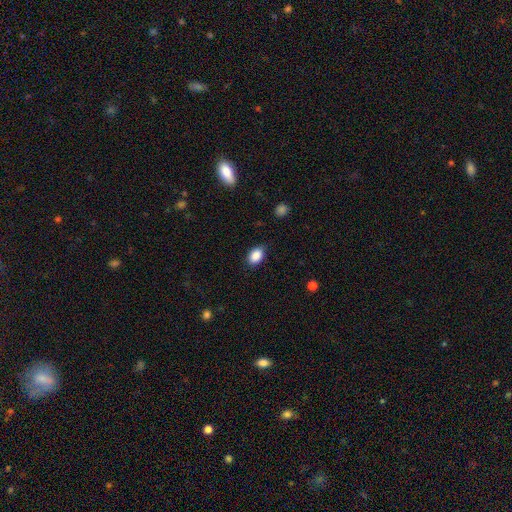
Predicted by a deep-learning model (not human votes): A smooth galaxy with no disk features (88%) that is in between round and cigar-shaped (83%). Merging: none (83%).